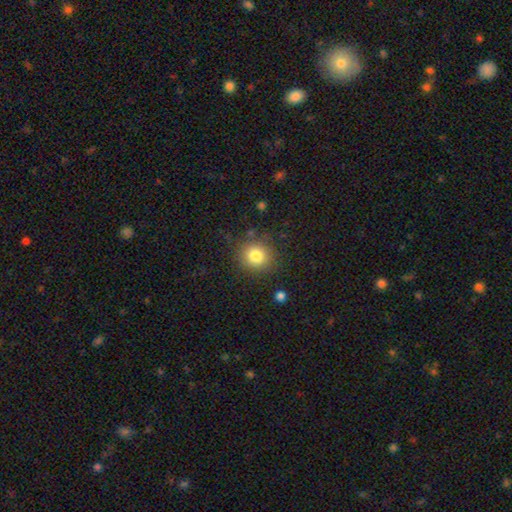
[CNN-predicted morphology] A smooth galaxy with no disk features (81%) that is round (88%).

Vote fractions:
- Smooth or featured? smooth: 81% / star or artifact: 12% / featured or disk: 7%
- How rounded? round: 88% / in between: 11% / cigar-shaped: 1%
- Merging? none: 86% / minor disturbance: 9% / major disturbance: 3% / merger: 2%